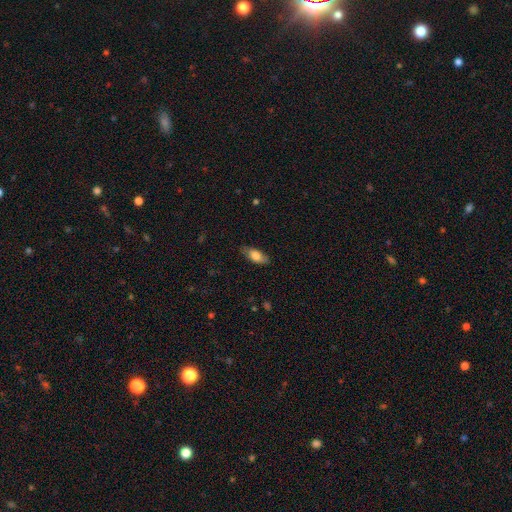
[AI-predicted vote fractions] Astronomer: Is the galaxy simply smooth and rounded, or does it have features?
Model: smooth — 77%.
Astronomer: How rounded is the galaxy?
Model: in between — 81%.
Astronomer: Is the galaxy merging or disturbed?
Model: none — 82%.